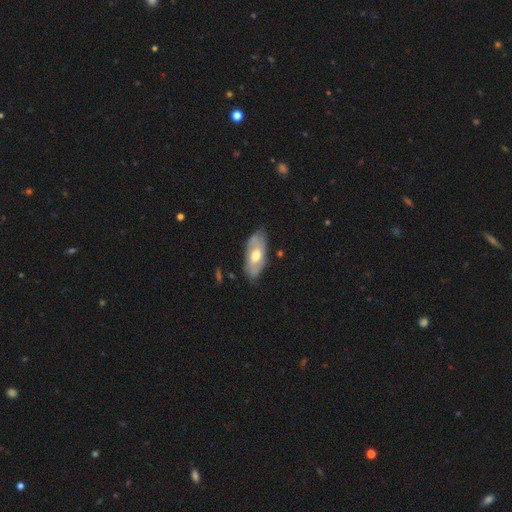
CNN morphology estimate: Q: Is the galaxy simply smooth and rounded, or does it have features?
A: featured or disk — 52%.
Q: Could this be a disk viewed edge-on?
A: no — 83%.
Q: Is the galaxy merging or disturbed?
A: none — 71%.